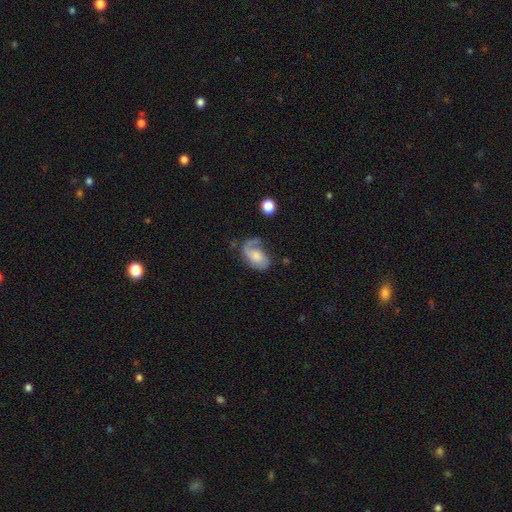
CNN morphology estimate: type=featured or disk (69%); edge-on=no (97%); bar=no (64%); spiral arms=yes (91%); winding=loose (41%); arm count=1 (47%); bulge=moderate (35%); merging=none (45%).